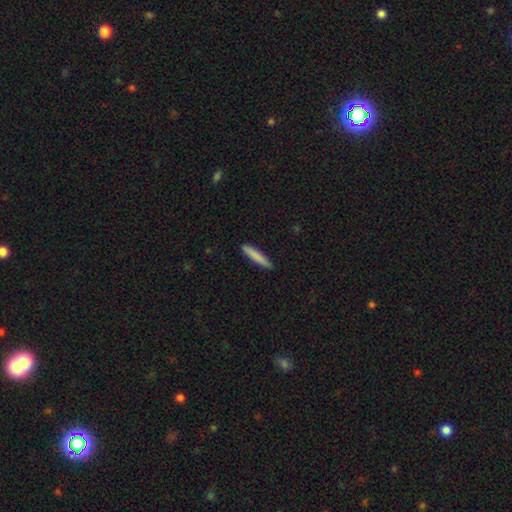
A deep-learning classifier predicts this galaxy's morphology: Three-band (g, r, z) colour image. It shows a smooth galaxy with no disk features (84%) that is cigar-shaped (92%). Merging: none (90%).